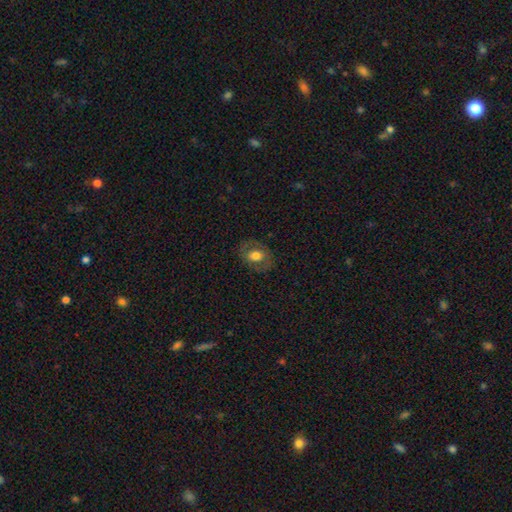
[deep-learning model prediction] smooth-or-featured: smooth: 60% | featured or disk: 31% | star or artifact: 9%
  how-rounded: in between: 64% | round: 35% | cigar-shaped: 1%
  merging: none: 79% | minor disturbance: 13% | major disturbance: 6% | merger: 1%